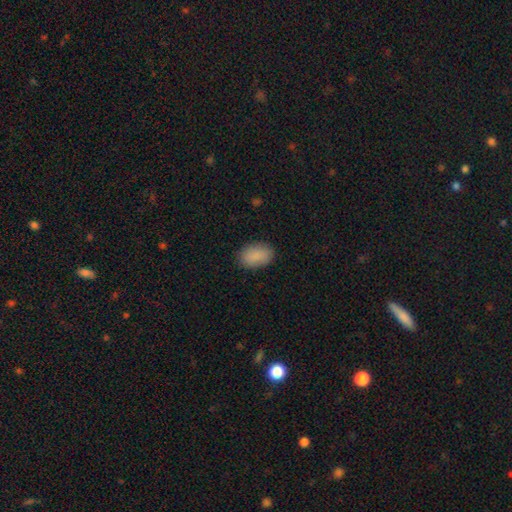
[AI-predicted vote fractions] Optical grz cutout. It shows a smooth galaxy with no disk features (89%) that is in between round and cigar-shaped (91%). Merging: none (86%).